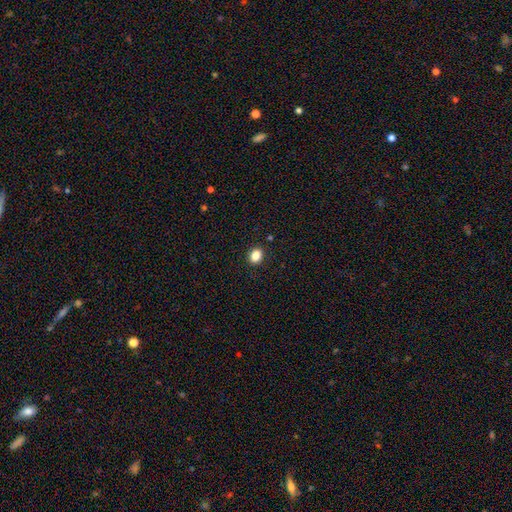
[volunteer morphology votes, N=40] Smooth or featured?
  - smooth: 92% *
  - star or artifact: 8%
  - featured or disk: 0%
How rounded?
  - round: 49% * (tied)
  - in between: 49% * (tied)
  - cigar-shaped: 3%
Merging?
  - none: 92% *
  - minor disturbance: 5%
  - major disturbance: 3%
  - merger: 0%